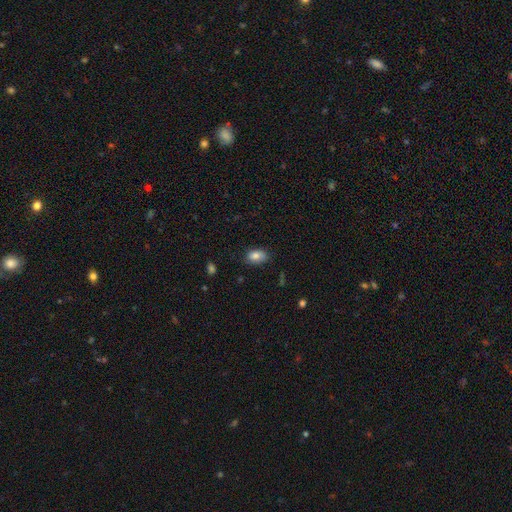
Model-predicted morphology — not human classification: The model was most divided on "merging": none: 77%, minor disturbance: 18%, major disturbance: 3%, merger: 1%. More confident: how rounded — in between (87%); smooth or featured — smooth (82%).